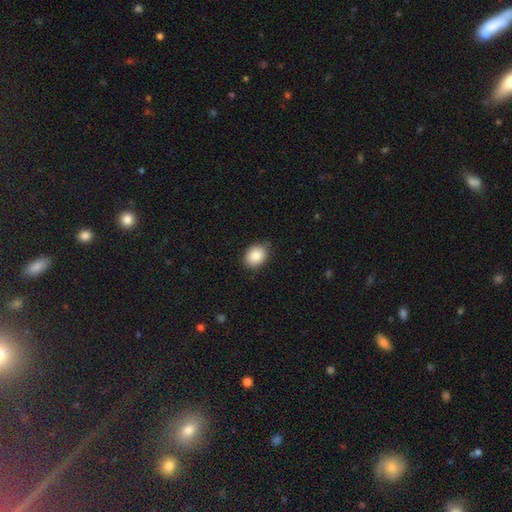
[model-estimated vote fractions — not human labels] smooth_or_featured: smooth (p=0.87) [alt: star or artifact p=0.08]
how_rounded: in between (p=0.61) [alt: round p=0.38]
merging: none (p=0.80) [alt: minor disturbance p=0.16]